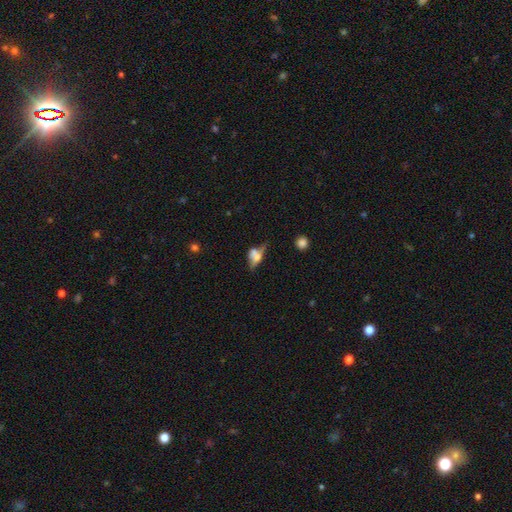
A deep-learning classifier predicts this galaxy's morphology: Smooth or featured? Predicted: smooth (p=0.50). How rounded? Predicted: in between (p=0.68). Merging? Predicted: merger (p=0.36).